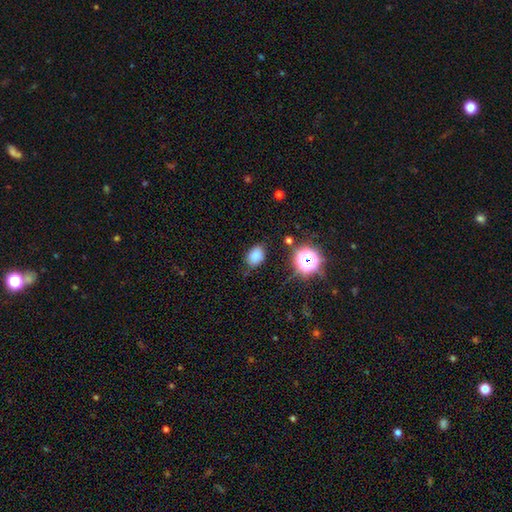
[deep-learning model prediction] smooth-or-featured: smooth: 78% | star or artifact: 16% | featured or disk: 6%
  how-rounded: in between: 74% | round: 25% | cigar-shaped: 1%
  merging: none: 78% | minor disturbance: 16% | major disturbance: 4% | merger: 2%